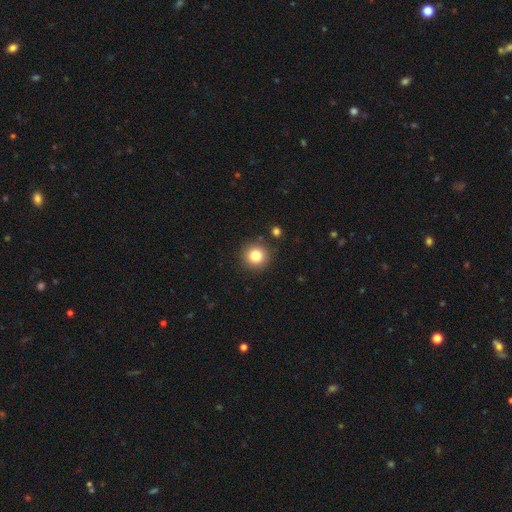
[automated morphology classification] Smooth or featured?
  - smooth: 82% *
  - star or artifact: 11%
  - featured or disk: 7%
How rounded?
  - round: 94% *
  - in between: 5%
  - cigar-shaped: 1%
Merging?
  - none: 89% *
  - minor disturbance: 7%
  - merger: 2%
  - major disturbance: 2%